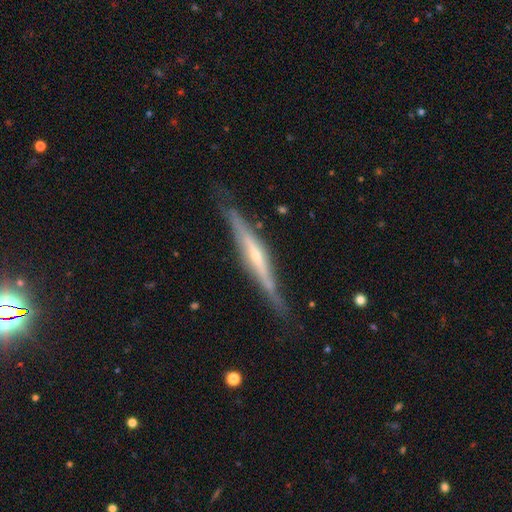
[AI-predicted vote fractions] smooth-or-featured: featured or disk: 76% | smooth: 19% | star or artifact: 5%
  disk-edge-on: yes: 94% | no: 6%
    edge-on-bulge: rounded: 55% | none: 33% | boxy: 12%
  merging: none: 79% | minor disturbance: 16% | major disturbance: 3% | merger: 2%